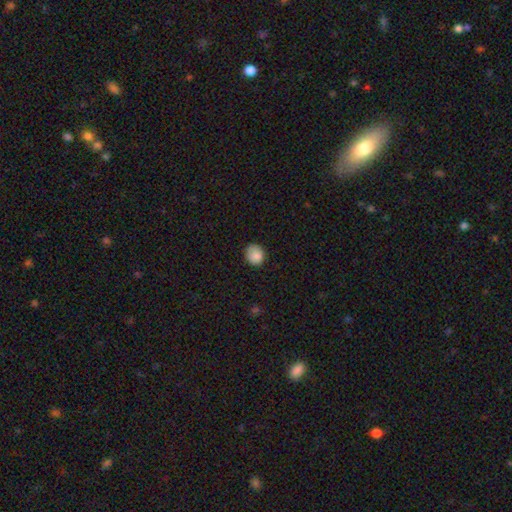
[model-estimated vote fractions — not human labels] This appears to be a smooth galaxy with no disk features (85%) that is round (74%). Merging: none (74%).